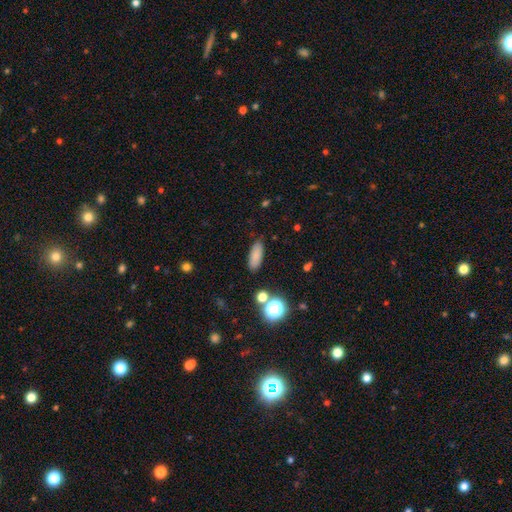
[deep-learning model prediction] Smooth or featured? smooth (83%)
How rounded? in between (68%)
Merging? none (86%)